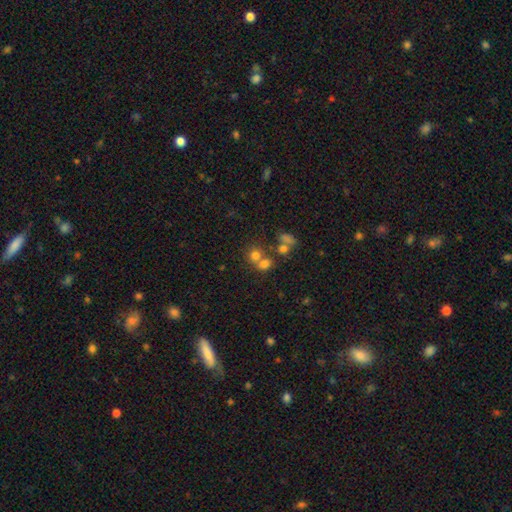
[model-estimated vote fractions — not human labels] Smooth or featured? smooth (69%)
How rounded? round (77%)
Merging? merger (46%)